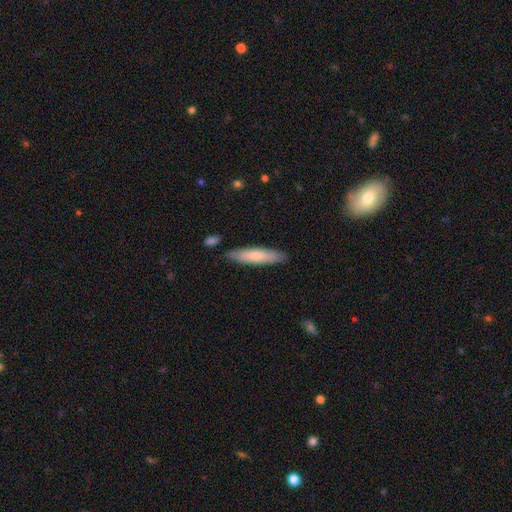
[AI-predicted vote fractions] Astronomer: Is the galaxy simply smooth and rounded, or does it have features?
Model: smooth — 72%.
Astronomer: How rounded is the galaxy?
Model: cigar-shaped — 80%.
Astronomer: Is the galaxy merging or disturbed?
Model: none — 84%.